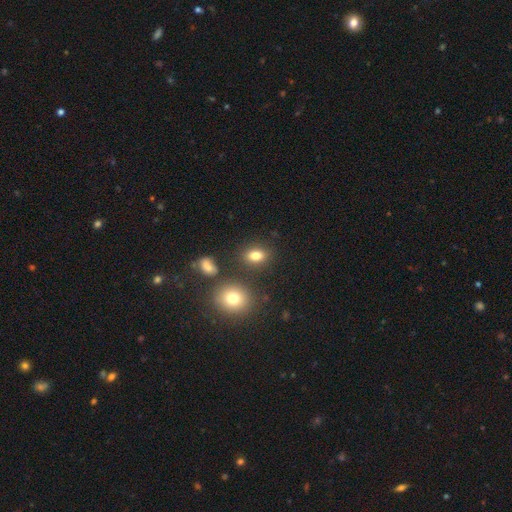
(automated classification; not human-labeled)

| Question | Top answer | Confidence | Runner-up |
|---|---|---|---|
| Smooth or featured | smooth | 80% | star or artifact (12%) |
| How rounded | in between | 69% | round (29%) |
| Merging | none | 81% | minor disturbance (10%) |